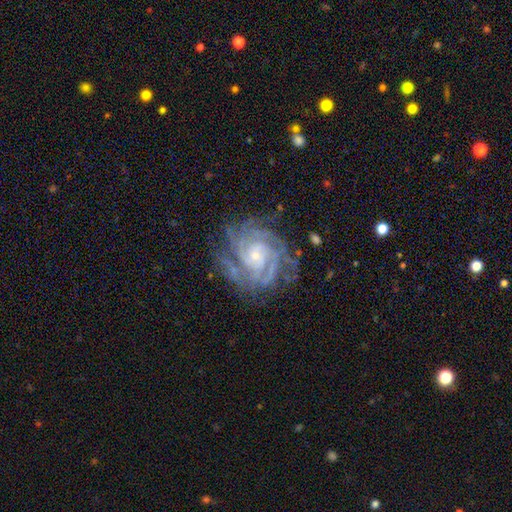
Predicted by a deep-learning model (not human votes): Q: Smooth or featured?
A: featured or disk (89%); runner-up: star or artifact (6%)
Q: Edge-on disk?
A: no (98%); runner-up: yes (2%)
Q: Bar?
A: no (69%); runner-up: weak (23%)
Q: Spiral arms?
A: yes (98%); runner-up: no (2%)
Q: Spiral winding?
A: tight (74%); runner-up: medium (23%)
Q: Spiral arm count?
A: 4 (27%); runner-up: can't tell (21%)
Q: Bulge size?
A: small (75%); runner-up: moderate (20%)
Q: Merging?
A: none (73%); runner-up: minor disturbance (17%)